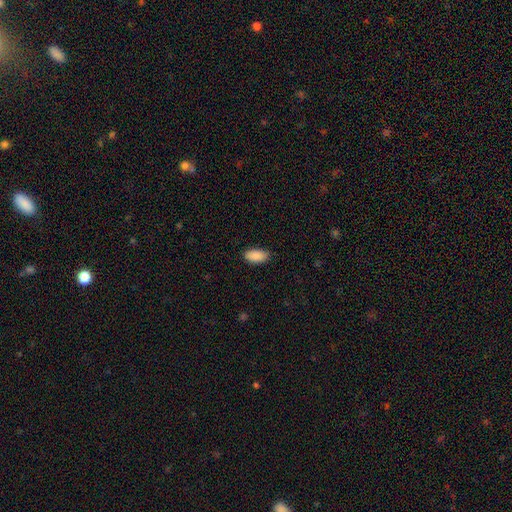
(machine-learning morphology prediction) smooth_or_featured: smooth (p=0.90) [alt: star or artifact p=0.07]
how_rounded: in between (p=0.93) [alt: cigar-shaped p=0.04]
merging: none (p=0.83) [alt: minor disturbance p=0.13]